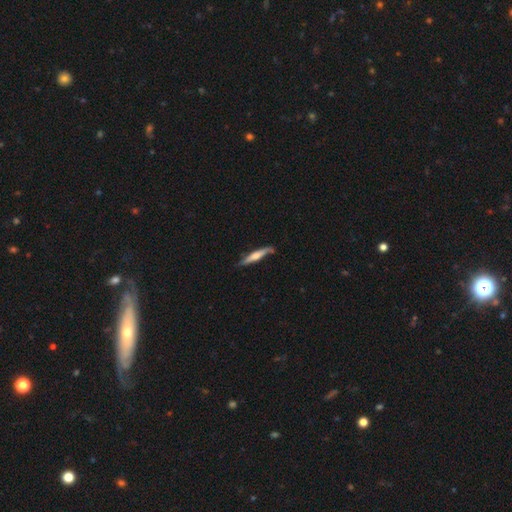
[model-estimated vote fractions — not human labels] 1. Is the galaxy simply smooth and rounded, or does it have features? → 50% featured or disk, 45% smooth, 5% star or artifact.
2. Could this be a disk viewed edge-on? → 92% yes, 8% no.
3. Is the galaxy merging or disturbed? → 72% none, 21% minor disturbance, 4% major disturbance, 3% merger.